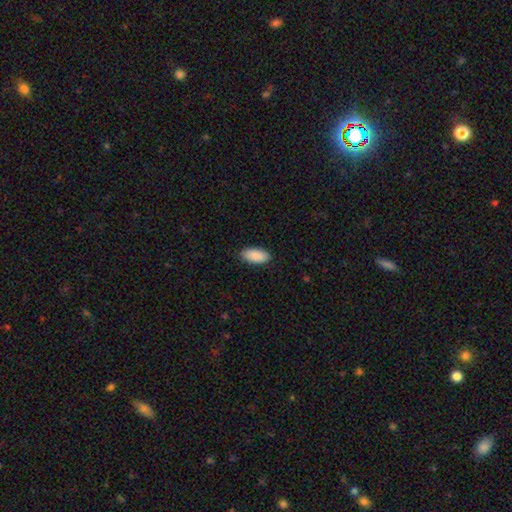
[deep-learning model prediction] Q: Smooth or featured?
A: smooth (91%); runner-up: star or artifact (6%)
Q: How rounded?
A: in between (92%); runner-up: cigar-shaped (6%)
Q: Merging?
A: none (89%); runner-up: minor disturbance (8%)